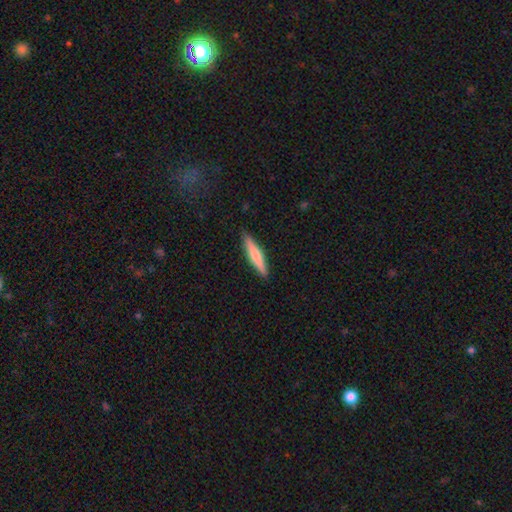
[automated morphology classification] smooth 66%, featured or disk 28%, star or artifact 5%. Down the decision tree: how rounded — cigar-shaped (89%); merging — none (89%).